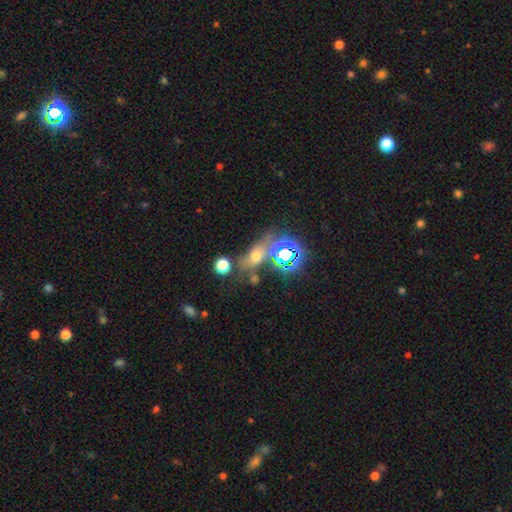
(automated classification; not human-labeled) A smooth galaxy with no disk features (46%).

Vote fractions:
- Smooth or featured? smooth: 46% / star or artifact: 35% / featured or disk: 18%
- Merging? none: 56% / merger: 17% / minor disturbance: 17% / major disturbance: 10%